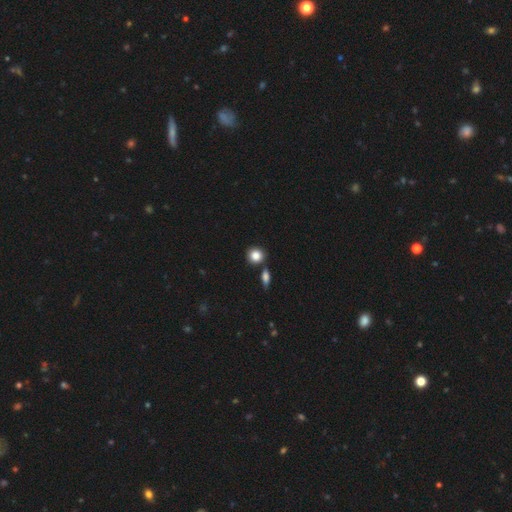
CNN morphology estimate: This is clearly a smooth galaxy (85%). How rounded: clearly round (85%). Merging: likely none (74%).